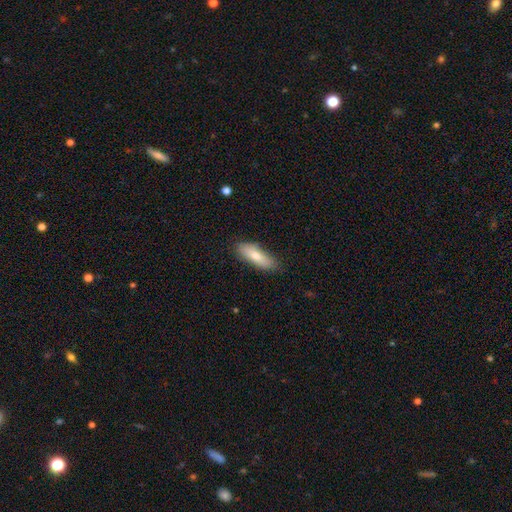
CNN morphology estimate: A smooth galaxy with no disk features (76%) that is in between round and cigar-shaped (60%).

Vote fractions:
- Smooth or featured? smooth: 76% / featured or disk: 18% / star or artifact: 6%
- How rounded? in between: 60% / cigar-shaped: 38% / round: 2%
- Merging? none: 81% / minor disturbance: 14% / major disturbance: 3% / merger: 1%